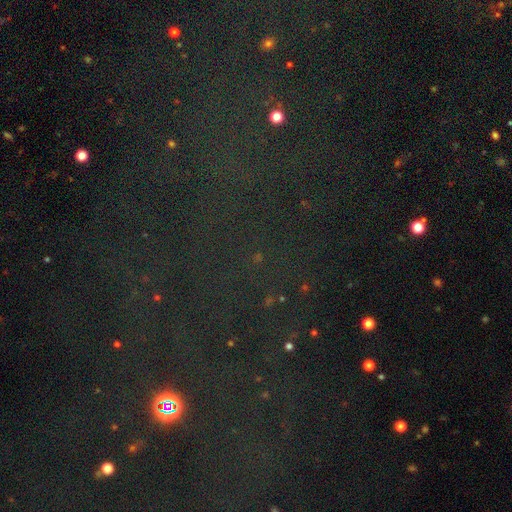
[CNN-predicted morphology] A star or artifact, not a galaxy (77%).